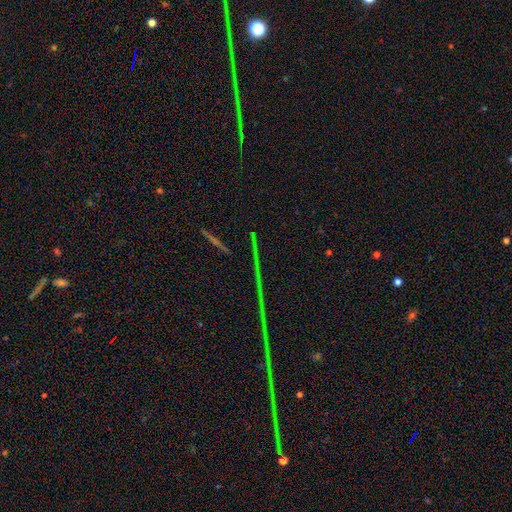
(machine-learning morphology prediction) This appears to be a star or artifact, not a galaxy (85%).